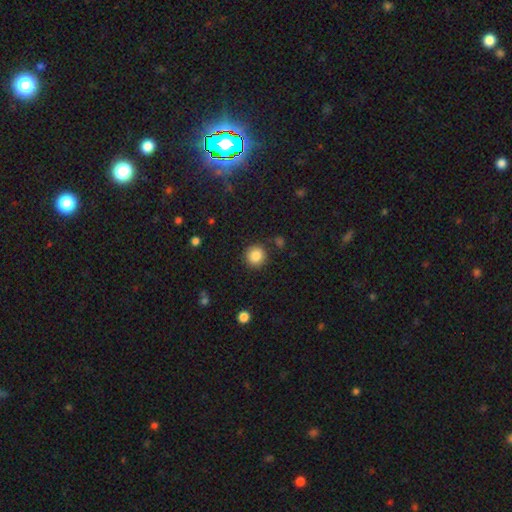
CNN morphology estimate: smooth 86%, star or artifact 10%, featured or disk 4%. Down the decision tree: how rounded — round (92%); merging — none (89%).